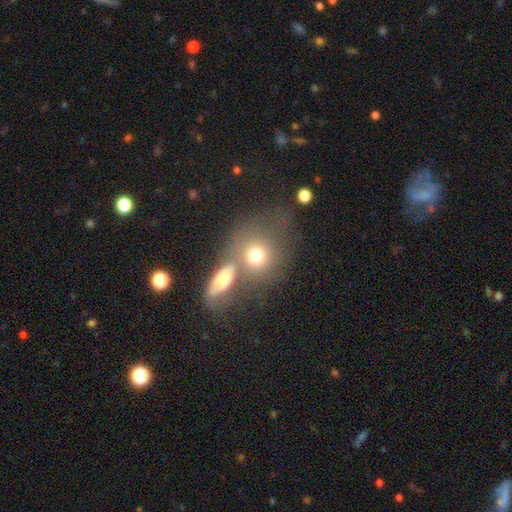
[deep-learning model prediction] A smooth galaxy with no disk features (72%) that is round (71%).

Vote fractions:
- Smooth or featured? smooth: 72% / featured or disk: 17% / star or artifact: 10%
- How rounded? round: 71% / in between: 27% / cigar-shaped: 2%
- Merging? merger: 43% / none: 38% / minor disturbance: 11% / major disturbance: 8%